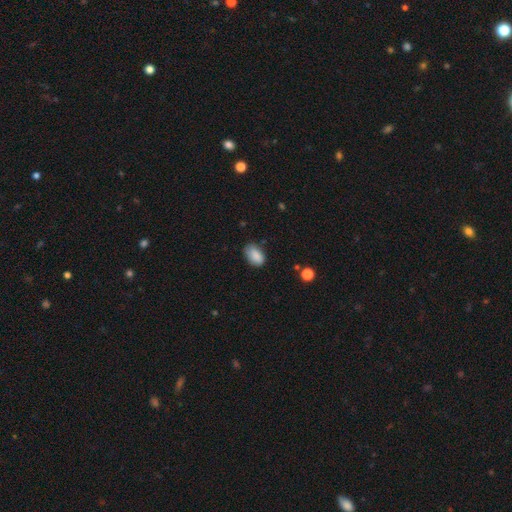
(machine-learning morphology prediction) Q: Smooth or featured?
A: smooth (86%); runner-up: star or artifact (8%)
Q: How rounded?
A: in between (90%); runner-up: round (8%)
Q: Merging?
A: none (67%); runner-up: minor disturbance (27%)